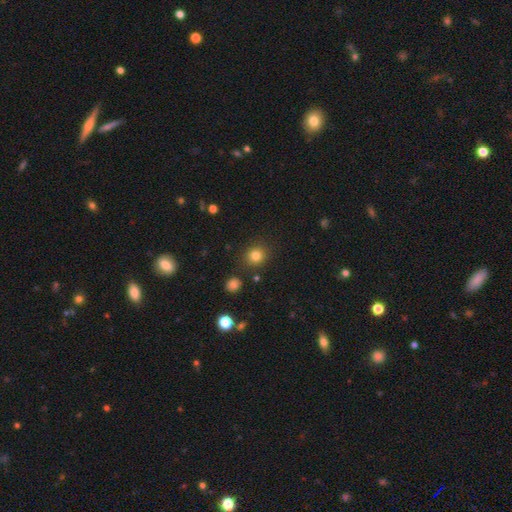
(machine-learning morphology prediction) Smooth or featured? smooth (81%)
How rounded? round (83%)
Merging? none (86%)